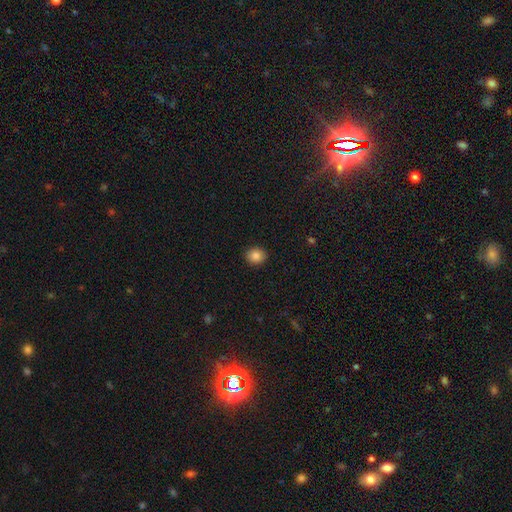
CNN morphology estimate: Smooth or featured?
  - smooth: 85% *
  - star or artifact: 10%
  - featured or disk: 5%
How rounded?
  - round: 72% *
  - in between: 27%
  - cigar-shaped: 1%
Merging?
  - none: 91% *
  - minor disturbance: 6%
  - major disturbance: 2%
  - merger: 1%